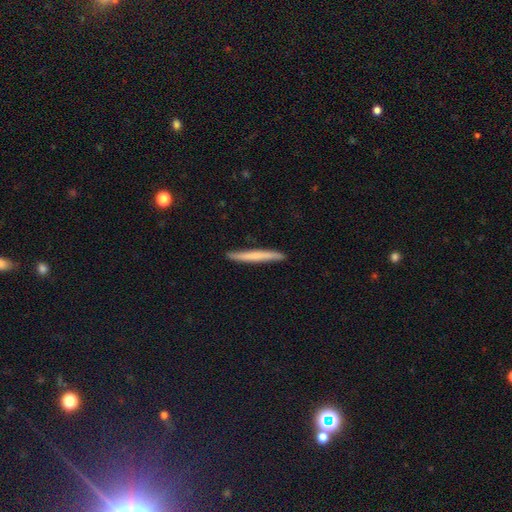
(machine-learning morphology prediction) A smooth galaxy with no disk features (60%) that is cigar-shaped (97%).

Vote fractions:
- Smooth or featured? smooth: 60% / featured or disk: 34% / star or artifact: 5%
- How rounded? cigar-shaped: 97% / in between: 2% / round: 1%
- Merging? none: 91% / minor disturbance: 7% / major disturbance: 1% / merger: 1%